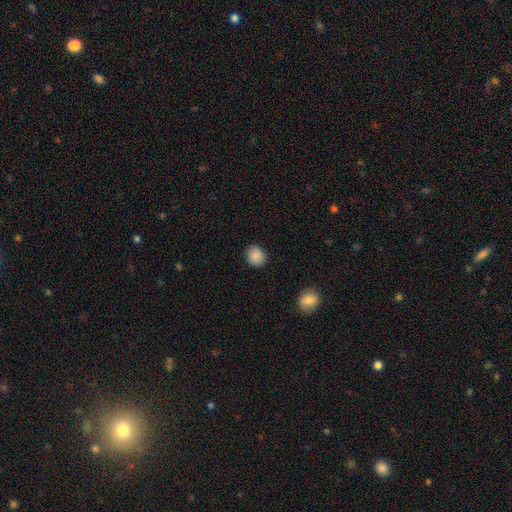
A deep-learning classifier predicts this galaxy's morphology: smooth_or_featured: smooth (p=0.88) [alt: star or artifact p=0.09]
how_rounded: round (p=0.77) [alt: in between p=0.22]
merging: none (p=0.88) [alt: minor disturbance p=0.09]